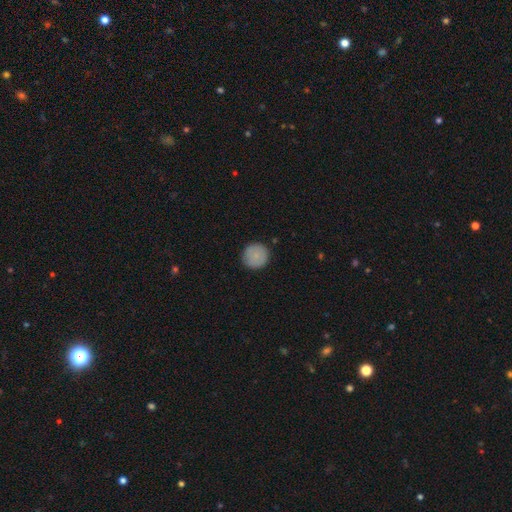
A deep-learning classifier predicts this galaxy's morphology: smooth 87%, star or artifact 7%, featured or disk 6%. Down the decision tree: how rounded — round (95%); merging — none (89%).